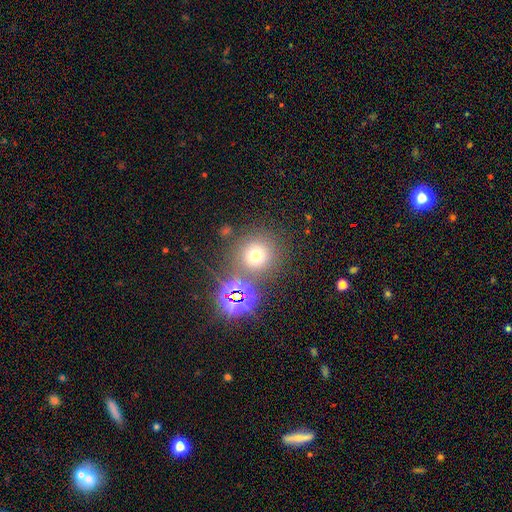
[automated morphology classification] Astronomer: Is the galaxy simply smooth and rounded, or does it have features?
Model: smooth — 60%.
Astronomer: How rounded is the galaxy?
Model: round — 92%.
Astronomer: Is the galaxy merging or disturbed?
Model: none — 75%.